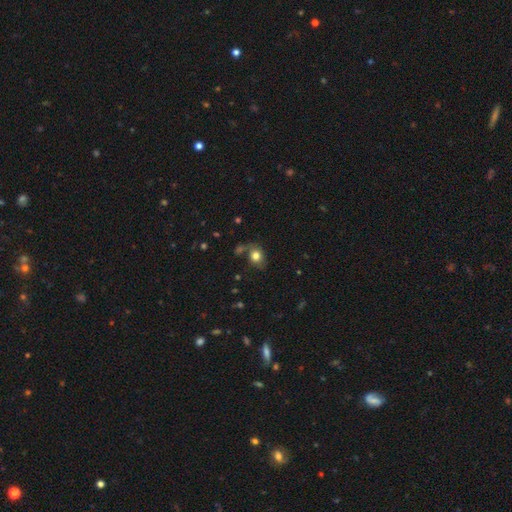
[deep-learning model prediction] Morphology: type=smooth (77%); roundness=round (61%); merging=none (60%).